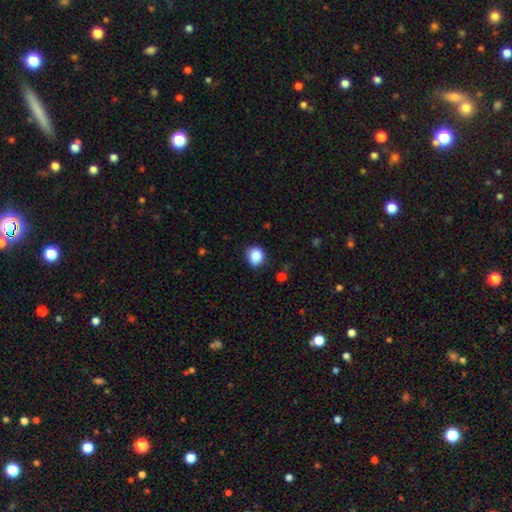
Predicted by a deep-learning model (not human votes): Smooth or featured? smooth (88%)
How rounded? round (73%)
Merging? none (84%)